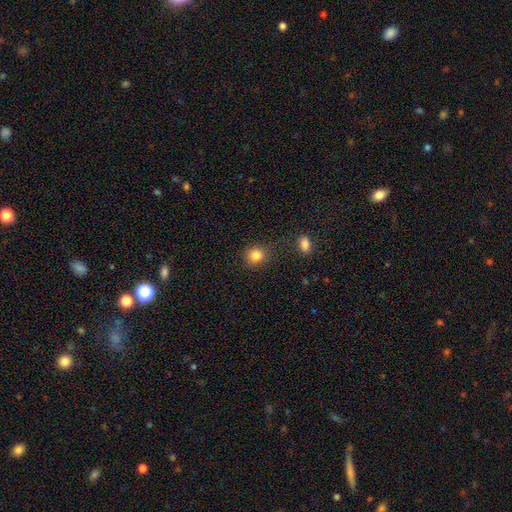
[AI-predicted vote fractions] This appears to be a smooth galaxy with no disk features (84%) that is round (83%). Merging: none (78%).